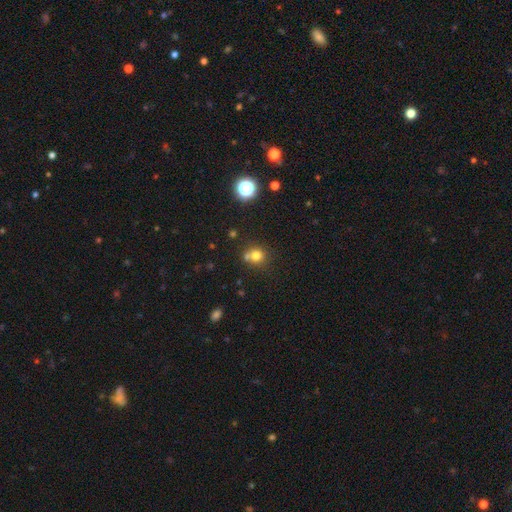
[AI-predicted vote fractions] Smooth or featured? Predicted: smooth (p=0.75). How rounded? Predicted: round (p=0.86). Merging? Predicted: none (p=0.58).